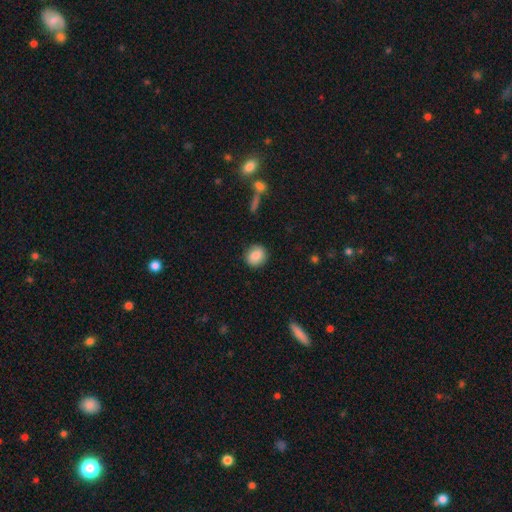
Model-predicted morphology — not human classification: type=smooth (85%); roundness=round (84%); merging=none (88%).